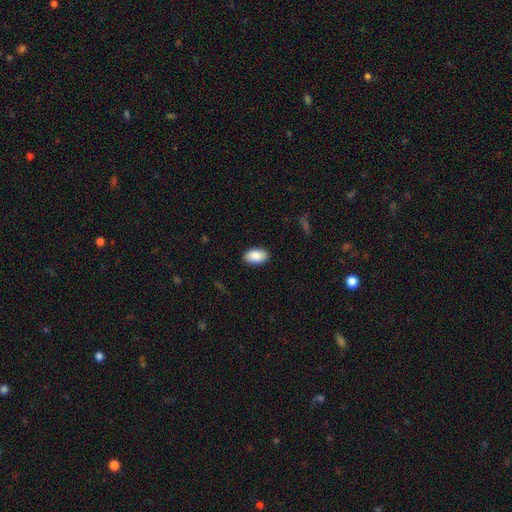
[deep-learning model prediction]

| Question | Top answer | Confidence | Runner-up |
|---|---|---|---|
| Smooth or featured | smooth | 86% | featured or disk (8%) |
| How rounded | in between | 94% | round (5%) |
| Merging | none | 87% | minor disturbance (10%) |